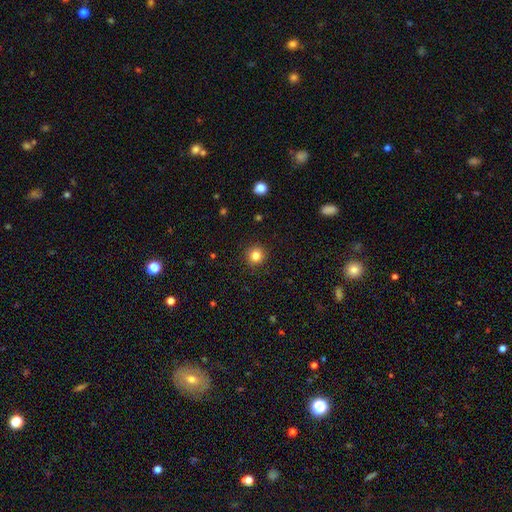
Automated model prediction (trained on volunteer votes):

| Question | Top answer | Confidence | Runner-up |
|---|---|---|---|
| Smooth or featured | smooth | 83% | star or artifact (12%) |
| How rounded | round | 94% | in between (5%) |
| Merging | none | 92% | minor disturbance (5%) |